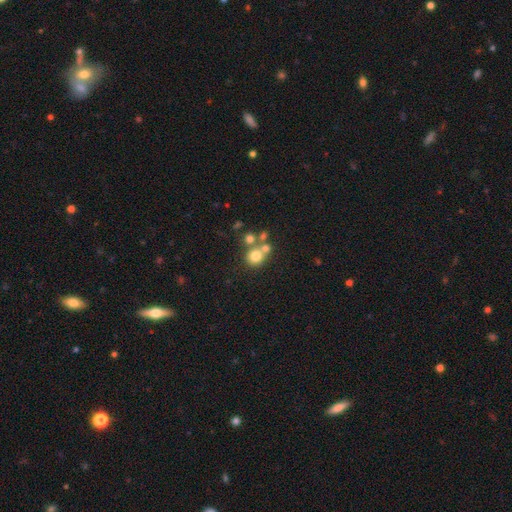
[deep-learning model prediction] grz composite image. It shows a smooth galaxy with no disk features (73%) that is round (85%). Merging: none (51%).